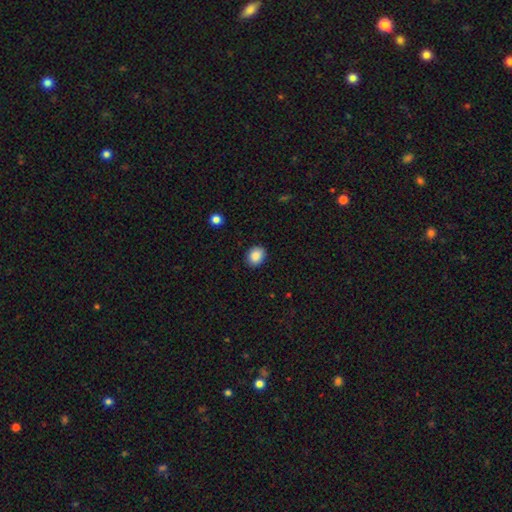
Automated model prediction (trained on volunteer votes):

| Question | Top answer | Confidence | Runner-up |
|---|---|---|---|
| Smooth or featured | smooth | 88% | star or artifact (8%) |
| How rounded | round | 53% | in between (46%) |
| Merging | none | 89% | minor disturbance (8%) |